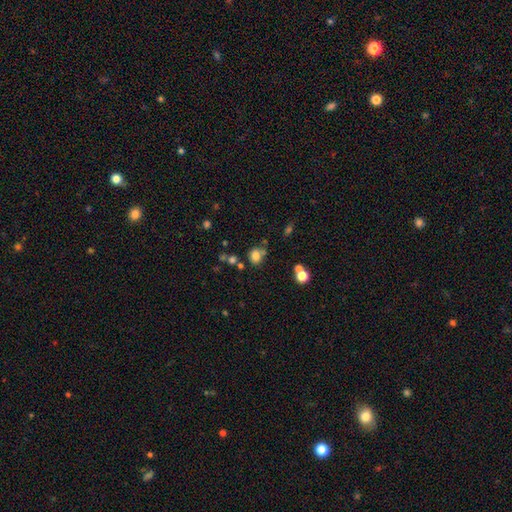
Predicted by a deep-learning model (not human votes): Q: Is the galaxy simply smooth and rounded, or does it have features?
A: smooth — 78%.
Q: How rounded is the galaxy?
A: round — 65%.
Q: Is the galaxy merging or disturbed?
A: none — 65%.